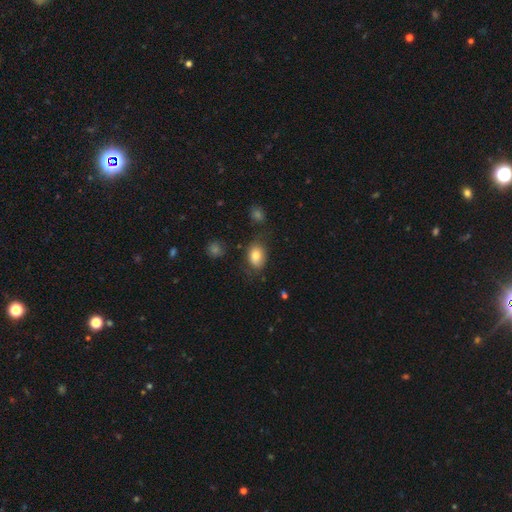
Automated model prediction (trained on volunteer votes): Q: Smooth or featured?
A: smooth (81%); runner-up: featured or disk (10%)
Q: How rounded?
A: in between (75%); runner-up: round (24%)
Q: Merging?
A: none (67%); runner-up: minor disturbance (21%)